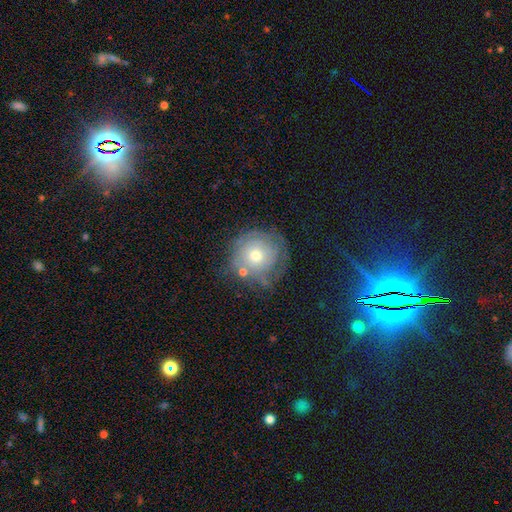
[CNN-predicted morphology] Smooth or featured? featured or disk (48%)
Merging? none (62%)